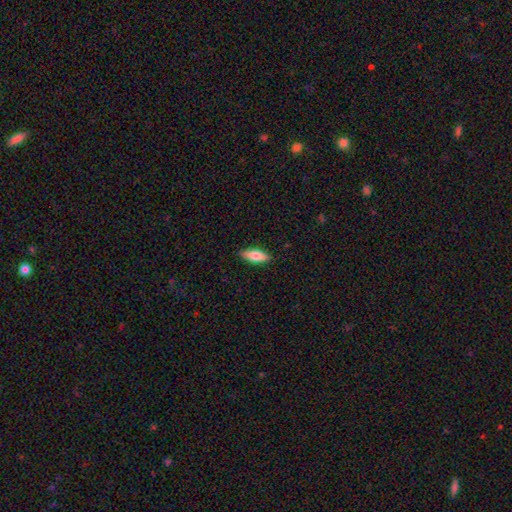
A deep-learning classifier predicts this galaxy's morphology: Smooth or featured?
  - smooth: 70% *
  - featured or disk: 24%
  - star or artifact: 6%
How rounded?
  - in between: 66% *
  - cigar-shaped: 32%
  - round: 2%
Merging?
  - none: 88% *
  - minor disturbance: 9%
  - major disturbance: 2%
  - merger: 1%